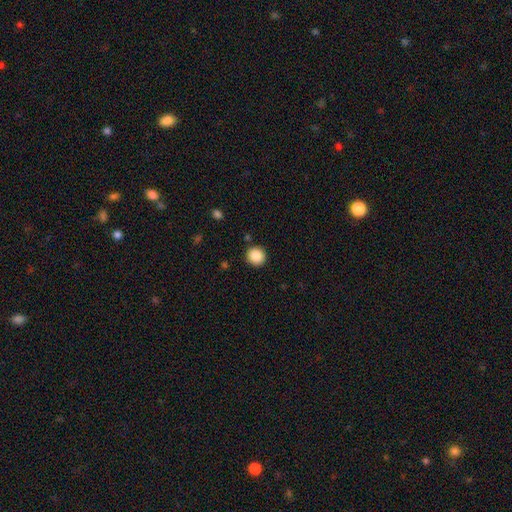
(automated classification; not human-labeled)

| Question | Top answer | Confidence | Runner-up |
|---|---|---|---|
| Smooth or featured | smooth | 87% | star or artifact (9%) |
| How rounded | round | 93% | in between (6%) |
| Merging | none | 90% | minor disturbance (6%) |